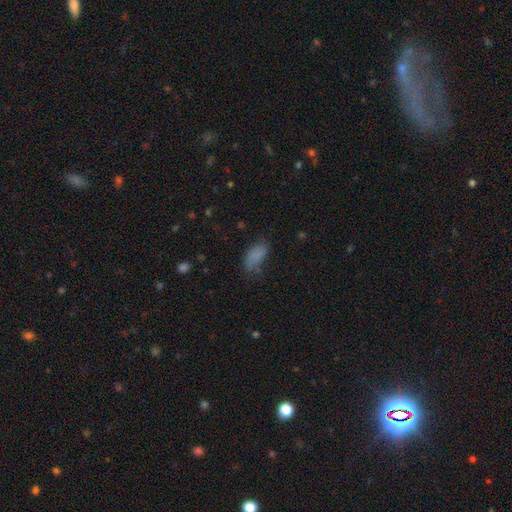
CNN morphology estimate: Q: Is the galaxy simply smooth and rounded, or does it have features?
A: smooth — 80%.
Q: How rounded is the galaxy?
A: in between — 91%.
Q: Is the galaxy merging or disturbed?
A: none — 52%.